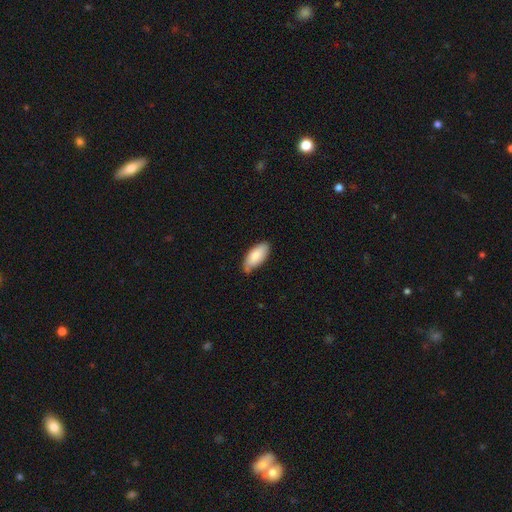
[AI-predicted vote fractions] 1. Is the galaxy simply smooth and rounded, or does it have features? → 84% smooth, 10% featured or disk, 5% star or artifact.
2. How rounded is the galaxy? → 87% in between, 11% cigar-shaped, 2% round.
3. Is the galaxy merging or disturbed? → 65% none, 29% minor disturbance, 3% major disturbance, 2% merger.